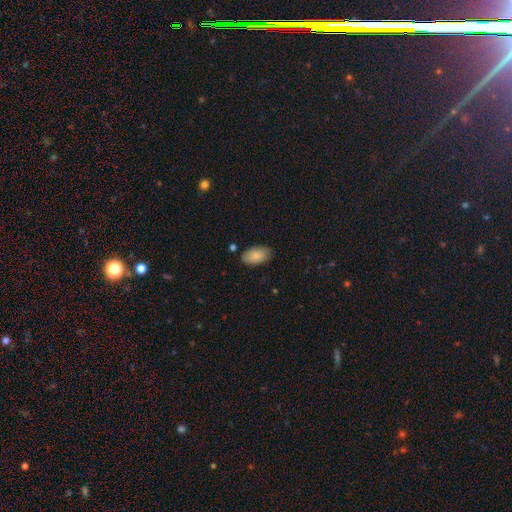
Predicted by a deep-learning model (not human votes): This appears to be a smooth galaxy with no disk features (87%) that is in between round and cigar-shaped (95%). Merging: none (79%).